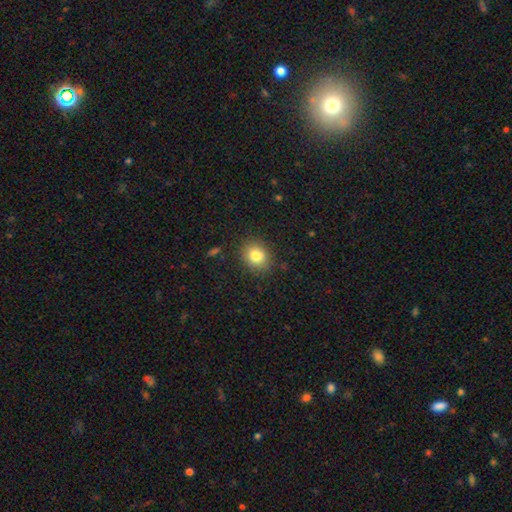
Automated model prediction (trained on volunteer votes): smooth_or_featured: smooth (p=0.81) [alt: star or artifact p=0.11]
how_rounded: round (p=0.64) [alt: in between p=0.35]
merging: none (p=0.85) [alt: minor disturbance p=0.11]